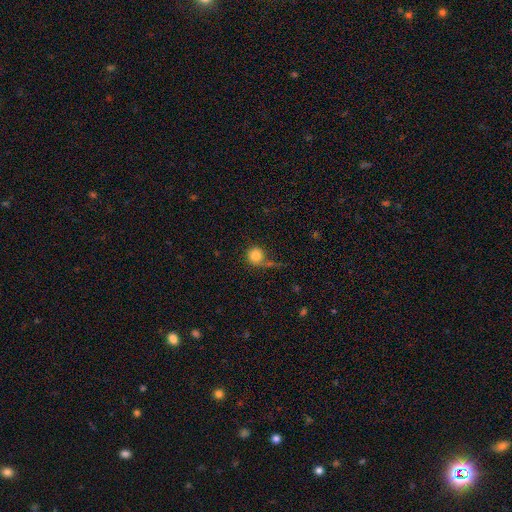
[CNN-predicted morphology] This is clearly a smooth galaxy (80%). How rounded: clearly round (91%). Merging: possibly none (48%).